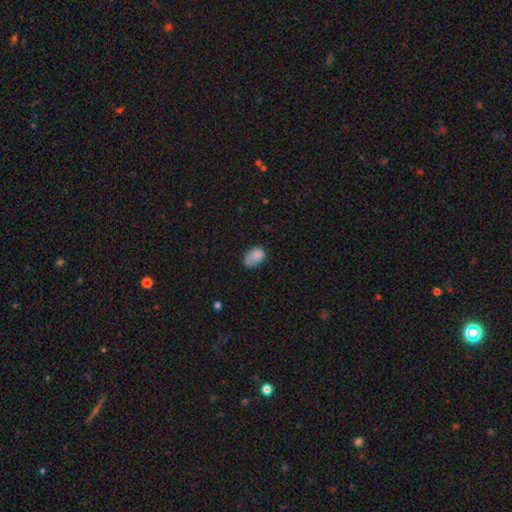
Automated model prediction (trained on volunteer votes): smooth 81%, featured or disk 10%, star or artifact 9%. Down the decision tree: how rounded — in between (86%); merging — none (50%).